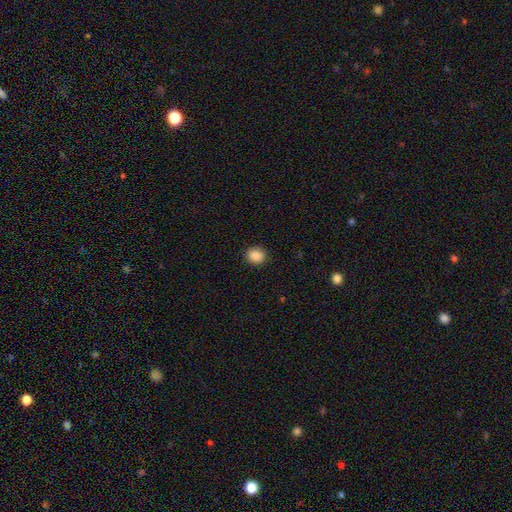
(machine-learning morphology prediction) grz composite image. It shows a smooth galaxy with no disk features (87%) that is round (69%). Merging: none (90%).